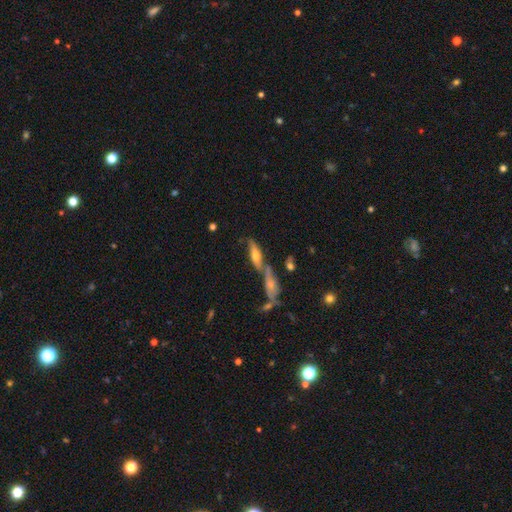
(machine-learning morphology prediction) Smooth or featured?
  - smooth: 49% *
  - featured or disk: 43%
  - star or artifact: 8%
Merging?
  - merger: 40% * (tied)
  - none: 40% * (tied)
  - minor disturbance: 14%
  - major disturbance: 6%